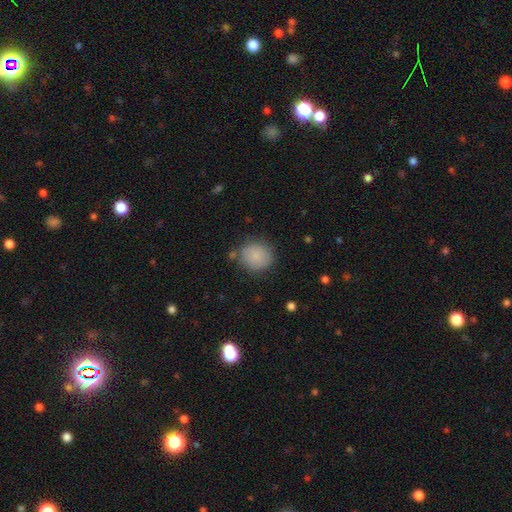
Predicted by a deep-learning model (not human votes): smooth-or-featured: smooth: 84% | star or artifact: 8% | featured or disk: 7%
  how-rounded: round: 87% | in between: 12% | cigar-shaped: 1%
  merging: none: 79% | minor disturbance: 13% | major disturbance: 4% | merger: 4%